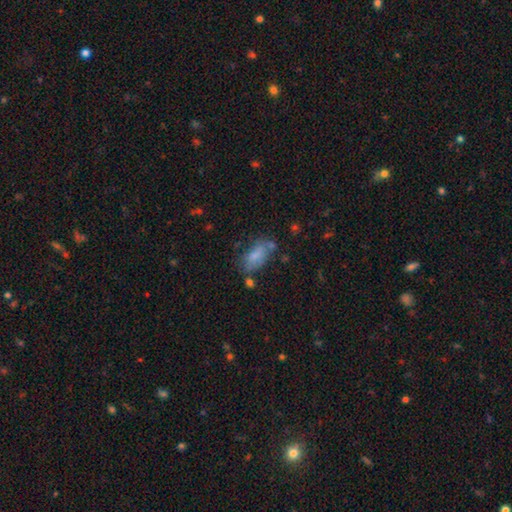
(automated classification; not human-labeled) This is likely a smooth galaxy (76%). How rounded: clearly in between (88%). Merging: possibly none (54%).